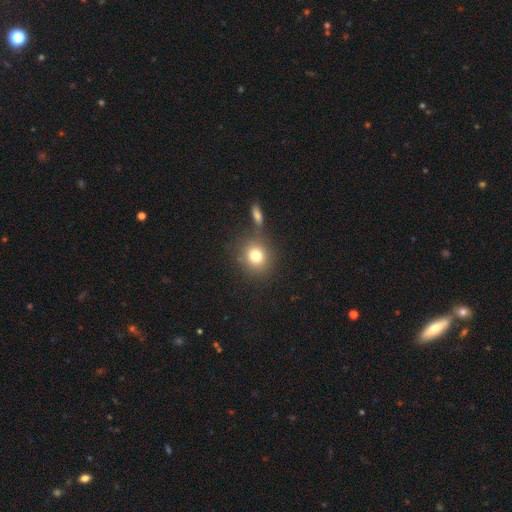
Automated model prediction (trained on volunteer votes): smooth 78%, star or artifact 12%, featured or disk 10%. Down the decision tree: how rounded — round (82%); merging — none (73%).